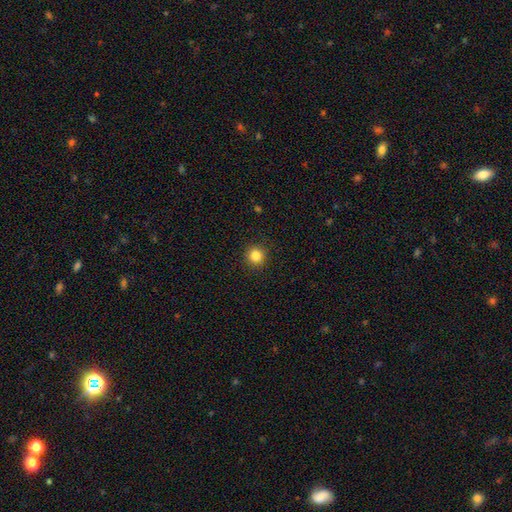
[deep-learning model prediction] This is clearly a smooth galaxy (84%). How rounded: clearly round (95%). Merging: clearly none (91%).